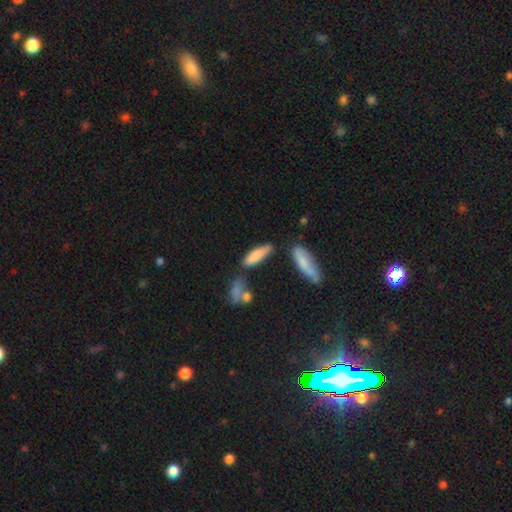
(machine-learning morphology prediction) Overall: smooth (79%). How rounded: cigar-shaped (61%; in between 37%). Merging: none (60%; minor disturbance 20%).